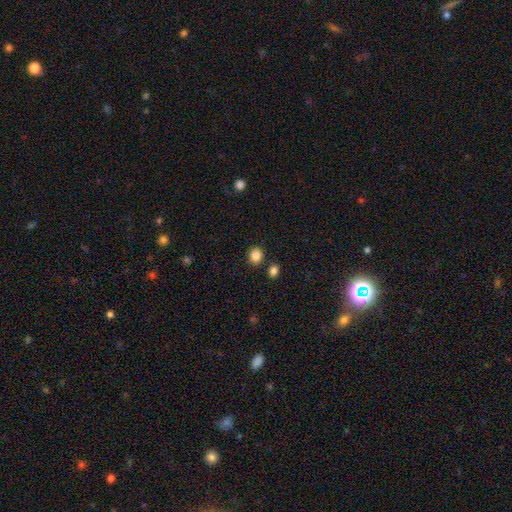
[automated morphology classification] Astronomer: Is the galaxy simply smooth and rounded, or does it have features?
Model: smooth — 86%.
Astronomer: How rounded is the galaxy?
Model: round — 72%.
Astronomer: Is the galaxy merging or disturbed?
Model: none — 84%.